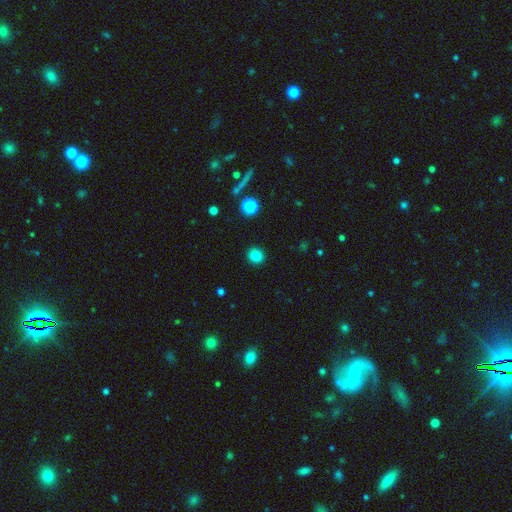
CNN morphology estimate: Smooth or featured? Predicted: smooth (p=0.84). How rounded? Predicted: round (p=0.85). Merging? Predicted: none (p=0.92).